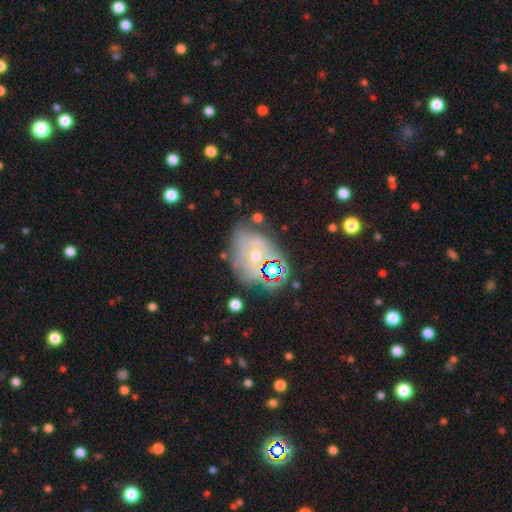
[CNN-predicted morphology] This appears to be a featured or disk galaxy (54%) with no bar (78%), spiral arms (68%) and a small central bulge (50%). Merging: none (58%).